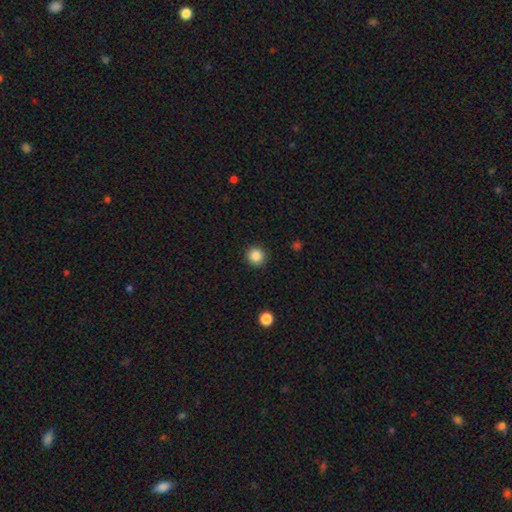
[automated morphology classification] Smooth or featured?
  - smooth: 87% *
  - star or artifact: 10%
  - featured or disk: 3%
How rounded?
  - round: 95% *
  - in between: 4%
  - cigar-shaped: 1%
Merging?
  - none: 92% *
  - minor disturbance: 5%
  - major disturbance: 2%
  - merger: 1%